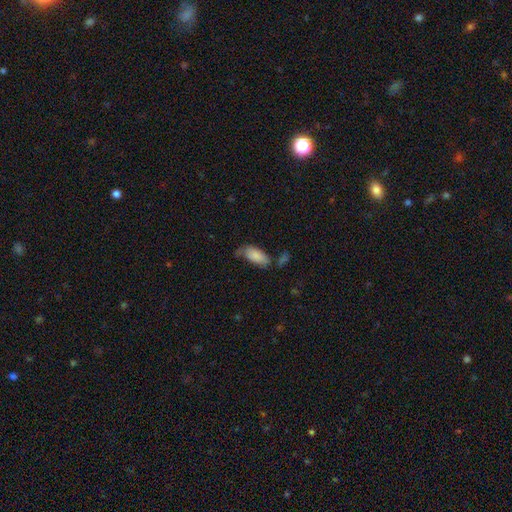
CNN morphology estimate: A smooth galaxy with no disk features (81%) that is in between round and cigar-shaped (90%). Merging: none (44%).